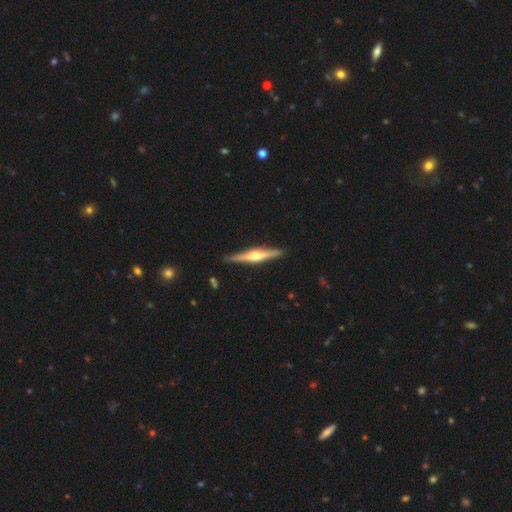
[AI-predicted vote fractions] Smooth or featured: featured or disk — 76% (smooth — 19%)
Edge-on disk: yes — 98% (no — 2%)
Edge-on bulge: rounded — 91% (boxy — 6%)
Merging: none — 90% (minor disturbance — 7%)